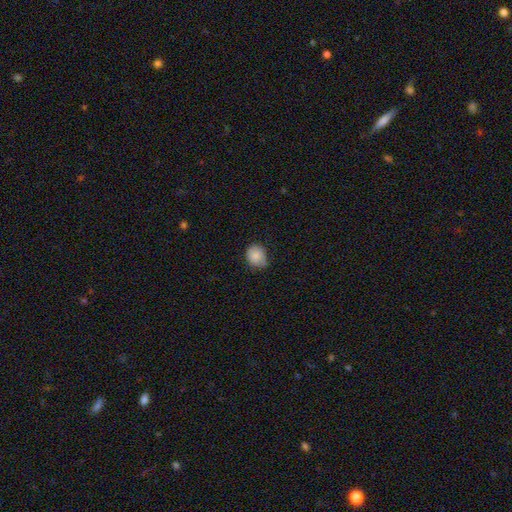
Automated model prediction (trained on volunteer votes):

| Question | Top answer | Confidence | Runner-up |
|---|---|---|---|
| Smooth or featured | smooth | 83% | featured or disk (9%) |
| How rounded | round | 60% | in between (40%) |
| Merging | none | 61% | minor disturbance (32%) |